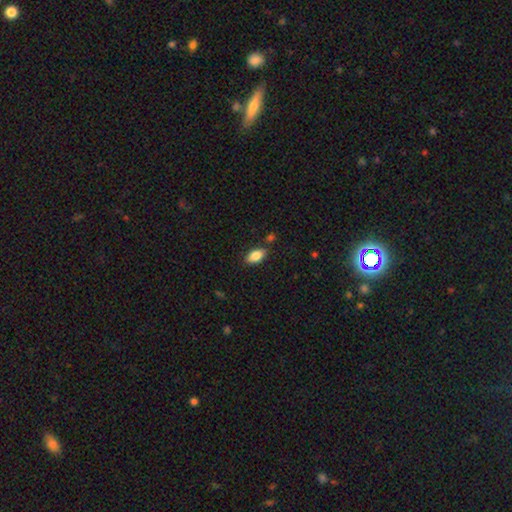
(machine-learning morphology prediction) A smooth galaxy with no disk features (86%) that is in between round and cigar-shaped (91%).

Vote fractions:
- Smooth or featured? smooth: 86% / star or artifact: 7% / featured or disk: 7%
- How rounded? in between: 91% / cigar-shaped: 5% / round: 4%
- Merging? none: 82% / minor disturbance: 11% / merger: 4% / major disturbance: 2%